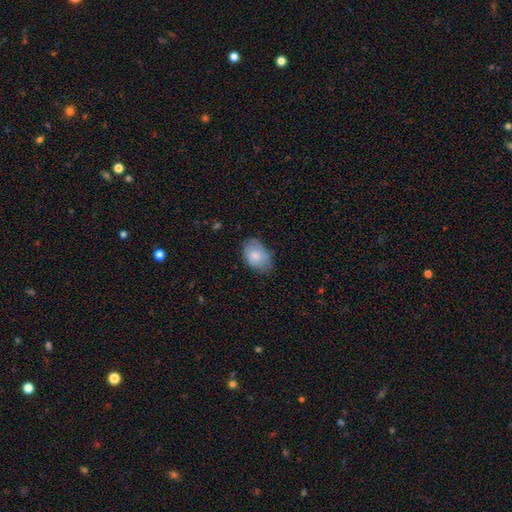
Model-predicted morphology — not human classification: smooth-or-featured: smooth: 80% | featured or disk: 14% | star or artifact: 7%
  how-rounded: in between: 85% | round: 14% | cigar-shaped: 1%
  merging: none: 66% | minor disturbance: 27% | major disturbance: 5% | merger: 1%